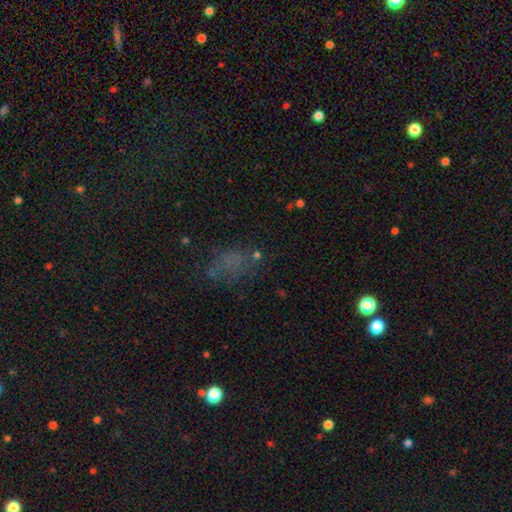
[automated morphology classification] Smooth or featured? Predicted: smooth (p=0.50). Merging? Predicted: none (p=0.53).